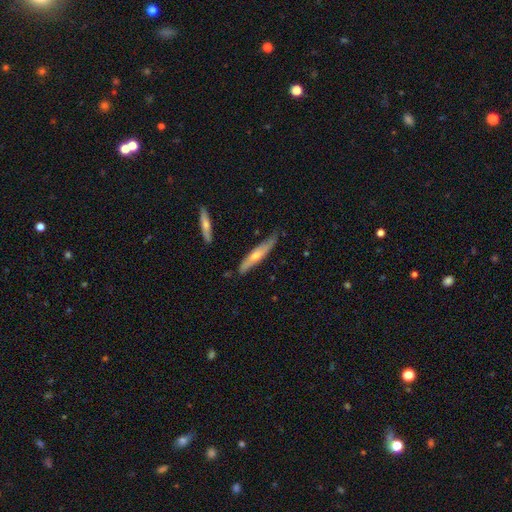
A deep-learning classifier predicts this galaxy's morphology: The model was most divided on "smooth or featured": featured or disk: 52%, smooth: 42%, star or artifact: 6%. More confident: edge-on disk — yes (84%); merging — none (73%).